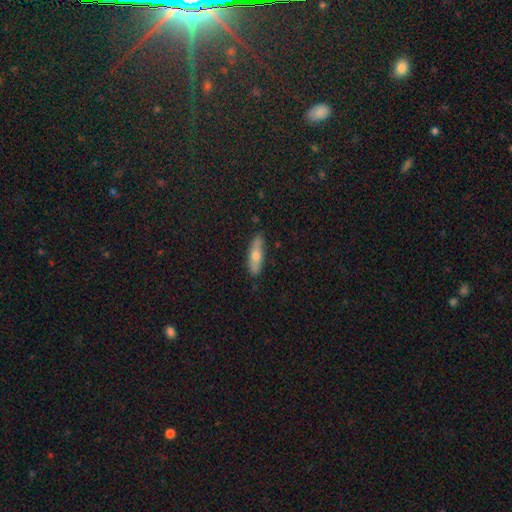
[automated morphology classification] Q: Smooth or featured?
A: smooth (60%); runner-up: featured or disk (33%)
Q: How rounded?
A: cigar-shaped (59%); runner-up: in between (38%)
Q: Merging?
A: none (83%); runner-up: minor disturbance (13%)